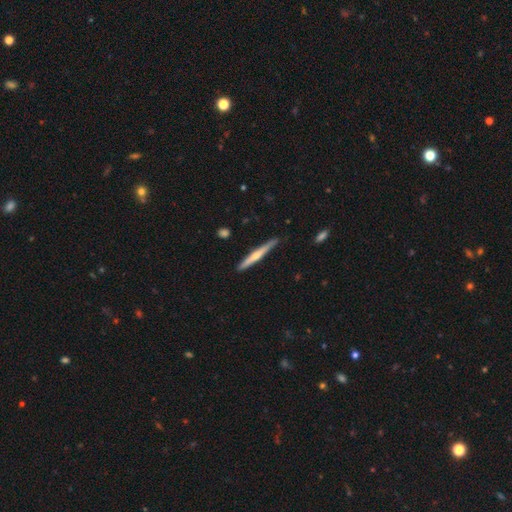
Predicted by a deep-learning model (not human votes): Smooth or featured? featured or disk (57%)
Edge-on disk? yes (97%)
Edge-on bulge? rounded (74%)
Merging? none (87%)